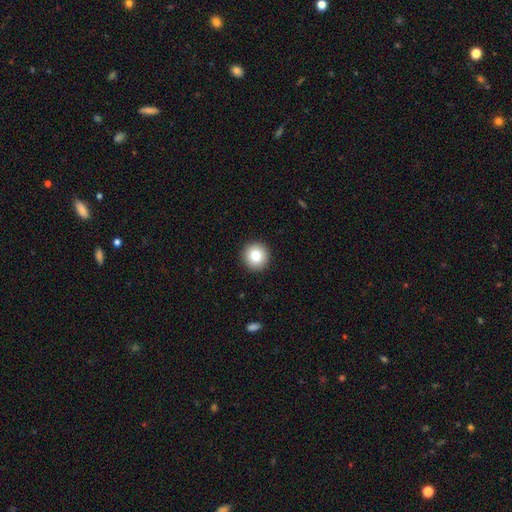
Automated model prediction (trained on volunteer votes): Smooth or featured?
  - smooth: 81% *
  - featured or disk: 10%
  - star or artifact: 9%
How rounded?
  - round: 96% *
  - in between: 4%
  - cigar-shaped: 1%
Merging?
  - none: 93% *
  - minor disturbance: 4%
  - major disturbance: 1%
  - merger: 1%